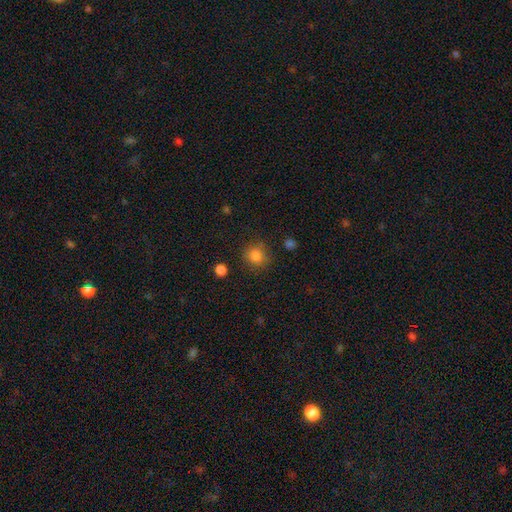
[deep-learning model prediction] Smooth or featured?
  - smooth: 84% *
  - star or artifact: 12%
  - featured or disk: 5%
How rounded?
  - round: 88% *
  - in between: 11%
  - cigar-shaped: 1%
Merging?
  - none: 84% *
  - minor disturbance: 10%
  - major disturbance: 4%
  - merger: 2%